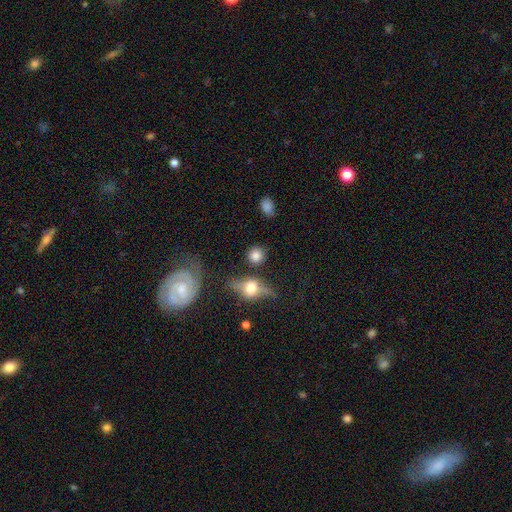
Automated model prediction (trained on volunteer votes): This appears to be a smooth galaxy with no disk features (78%) that is round (87%). Merging: none (77%).